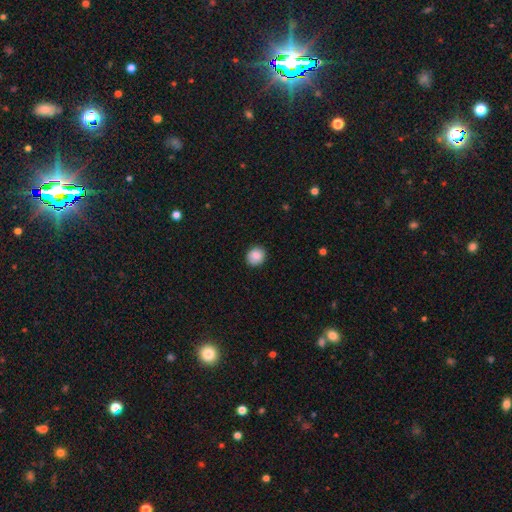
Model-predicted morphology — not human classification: smooth-or-featured: smooth: 88% | star or artifact: 8% | featured or disk: 4%
  how-rounded: round: 83% | in between: 16% | cigar-shaped: 1%
  merging: none: 89% | minor disturbance: 8% | major disturbance: 2% | merger: 1%